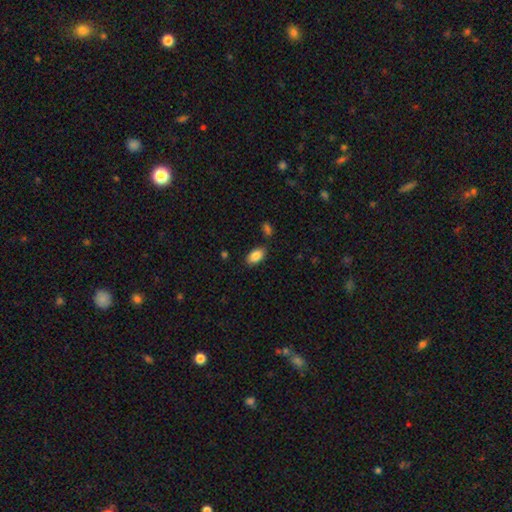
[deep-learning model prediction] The model was most divided on "merging": none: 82%, minor disturbance: 12%, merger: 4%, major disturbance: 3%. More confident: how rounded — in between (93%); smooth or featured — smooth (87%).